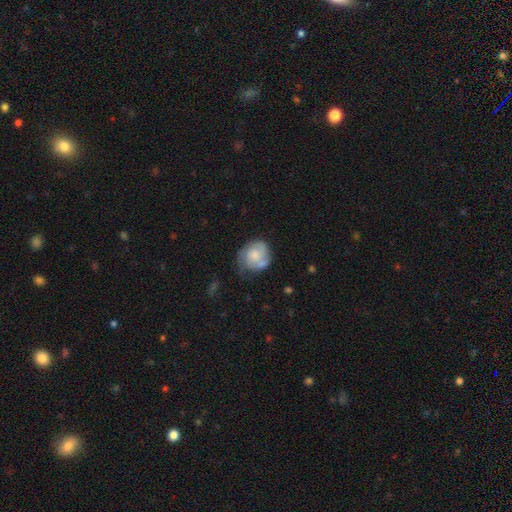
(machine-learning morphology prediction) This appears to be a smooth galaxy with no disk features (49%). Merging: none (47%).